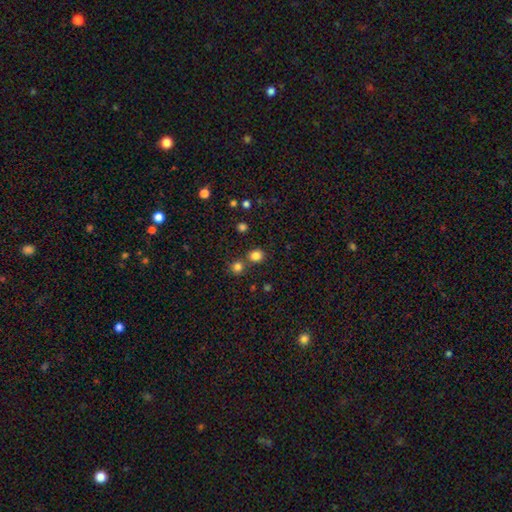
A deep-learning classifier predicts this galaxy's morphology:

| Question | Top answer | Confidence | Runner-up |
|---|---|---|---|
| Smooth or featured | smooth | 82% | star or artifact (14%) |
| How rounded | round | 80% | in between (19%) |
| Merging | none | 74% | merger (16%) |